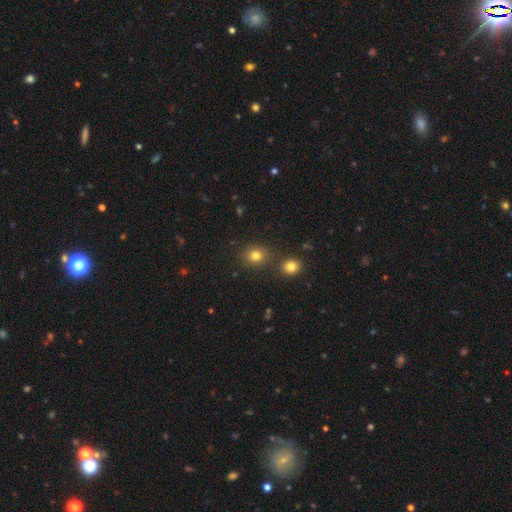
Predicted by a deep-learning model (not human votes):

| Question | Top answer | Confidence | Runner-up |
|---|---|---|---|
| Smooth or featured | smooth | 80% | star or artifact (14%) |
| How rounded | round | 79% | in between (20%) |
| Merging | none | 81% | merger (9%) |